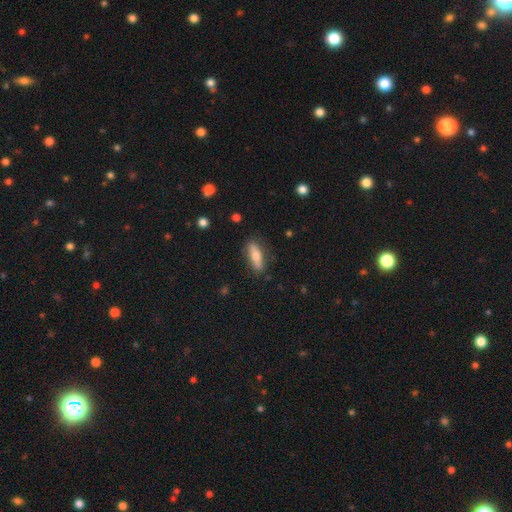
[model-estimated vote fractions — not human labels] This appears to be a smooth galaxy with no disk features (62%) that is cigar-shaped (52%). Merging: none (83%).